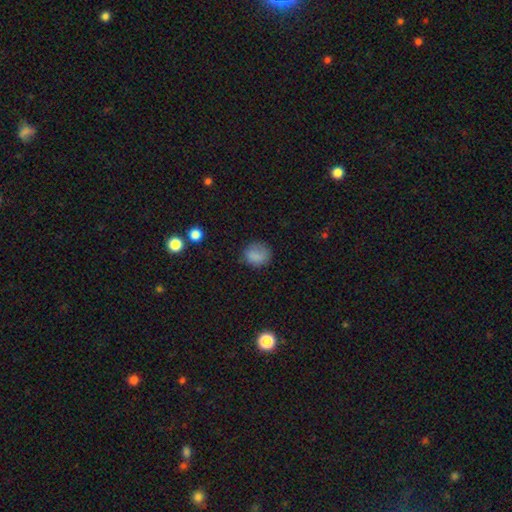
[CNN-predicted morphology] A smooth galaxy with no disk features (83%) that is round (73%).

Vote fractions:
- Smooth or featured? smooth: 83% / star or artifact: 11% / featured or disk: 6%
- How rounded? round: 73% / in between: 26% / cigar-shaped: 1%
- Merging? none: 76% / minor disturbance: 18% / major disturbance: 5% / merger: 1%